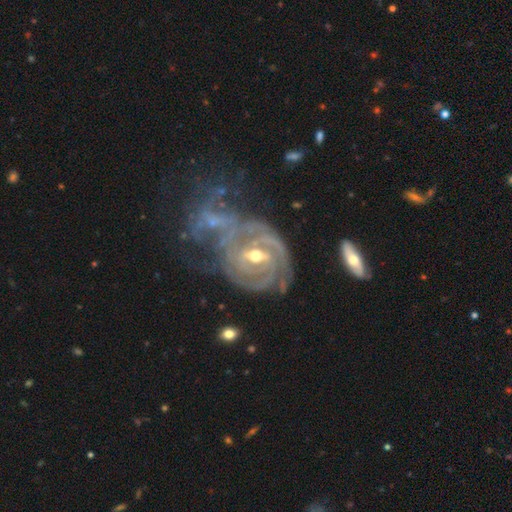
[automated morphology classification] This is clearly a featured or disk galaxy (89%). It is clearly not viewed edge-on (97%). Bar: marginally strong (42%). Spiral arm pattern: clearly yes (95%). Spiral arm count: marginally 2 (33%). Spiral winding: likely tight (72%). Central bulge: likely moderate (64%). Merging: marginally merger (36%).